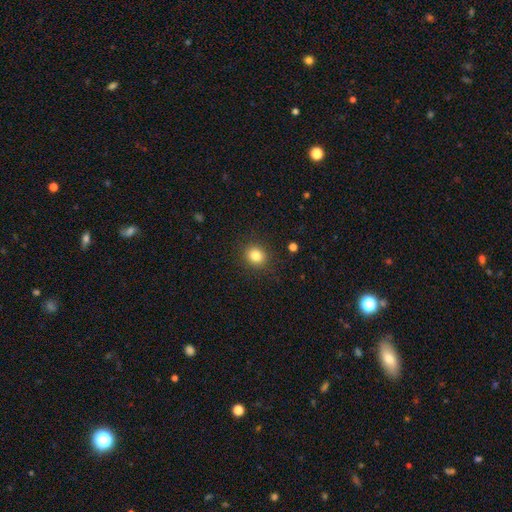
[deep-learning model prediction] smooth-or-featured: smooth: 82% | star or artifact: 12% | featured or disk: 6%
  how-rounded: round: 79% | in between: 20% | cigar-shaped: 1%
  merging: none: 89% | minor disturbance: 7% | major disturbance: 3% | merger: 1%